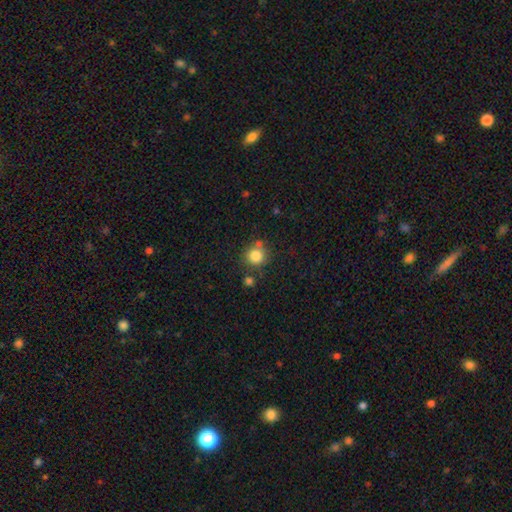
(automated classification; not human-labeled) smooth_or_featured: smooth (p=0.82) [alt: star or artifact p=0.11]
how_rounded: round (p=0.92) [alt: in between p=0.07]
merging: none (p=0.72) [alt: merger p=0.13]